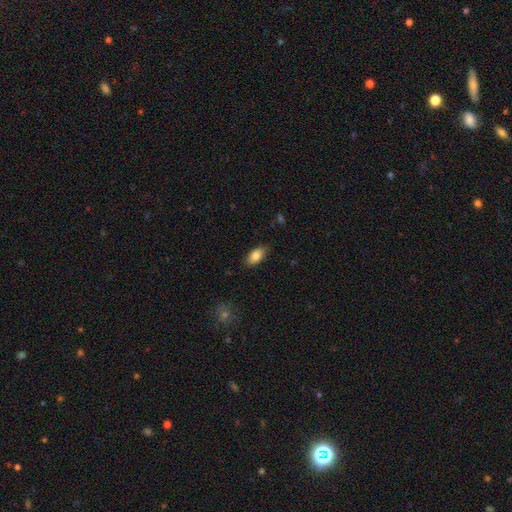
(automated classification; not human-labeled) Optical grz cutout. It shows a smooth galaxy with no disk features (84%) that is in between round and cigar-shaped (92%). Merging: none (83%).